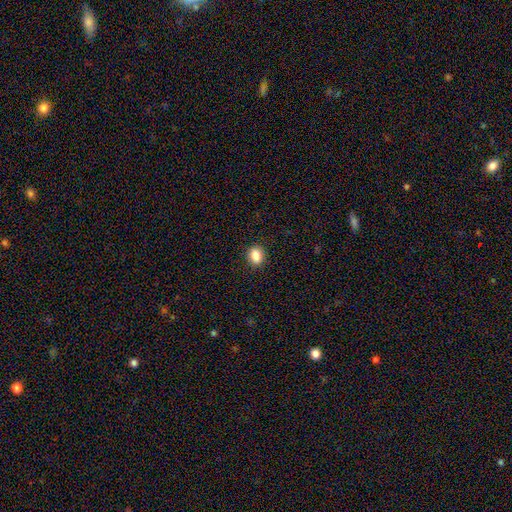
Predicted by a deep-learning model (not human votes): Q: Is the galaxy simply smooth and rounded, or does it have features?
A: smooth — 86%.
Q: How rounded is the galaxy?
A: in between — 58%.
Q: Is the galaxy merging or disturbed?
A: none — 90%.